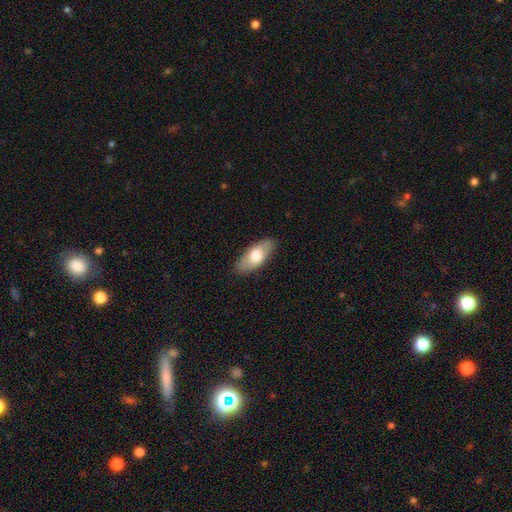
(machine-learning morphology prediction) Smooth or featured?
  - smooth: 70% *
  - featured or disk: 25%
  - star or artifact: 5%
How rounded?
  - in between: 85% *
  - cigar-shaped: 12%
  - round: 3%
Merging?
  - none: 87% *
  - minor disturbance: 10%
  - major disturbance: 2%
  - merger: 1%